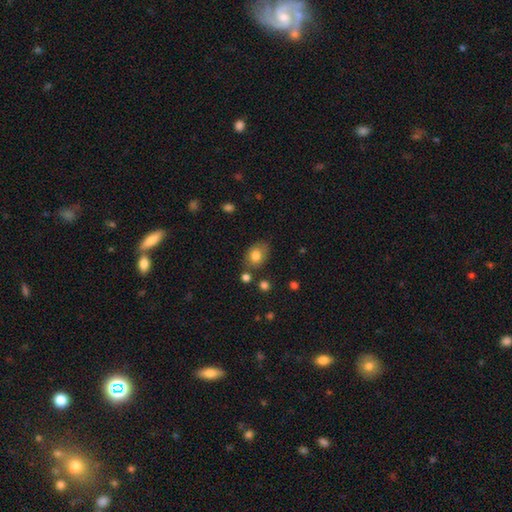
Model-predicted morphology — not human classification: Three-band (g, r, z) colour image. It shows a smooth galaxy with no disk features (80%) that is in between round and cigar-shaped (69%). Merging: none (66%).